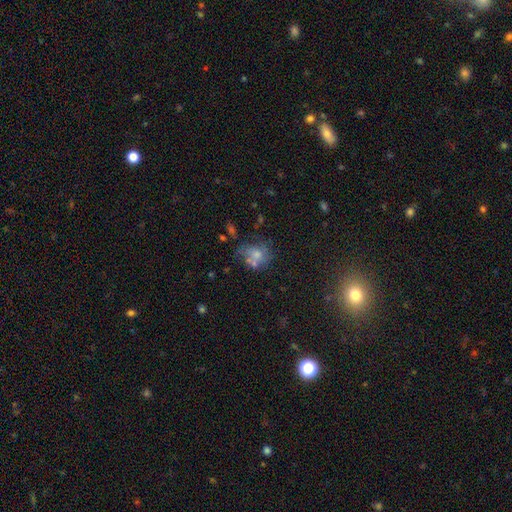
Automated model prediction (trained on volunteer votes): Smooth or featured: smooth — 59% (featured or disk — 29%)
How rounded: round — 55% (in between — 44%)
Merging: none — 37% (merger — 24%)